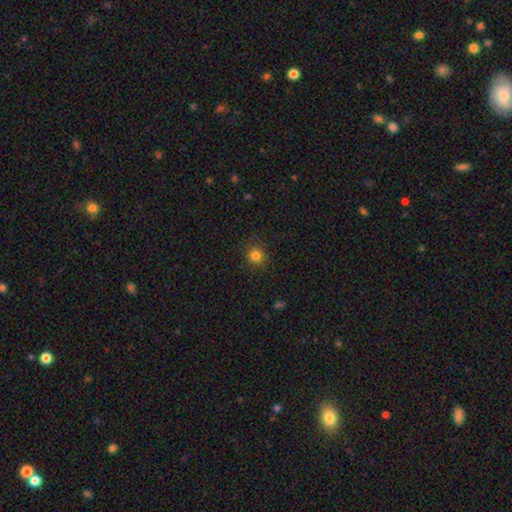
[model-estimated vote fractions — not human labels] Smooth or featured? smooth (82%)
How rounded? round (91%)
Merging? none (90%)